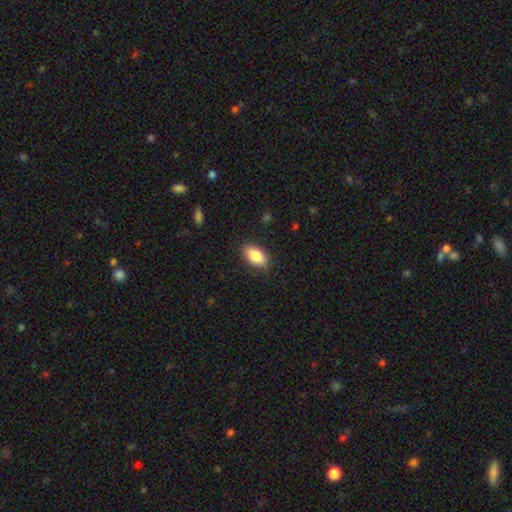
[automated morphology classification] Smooth or featured? Predicted: smooth (p=0.86). How rounded? Predicted: in between (p=0.91). Merging? Predicted: none (p=0.84).